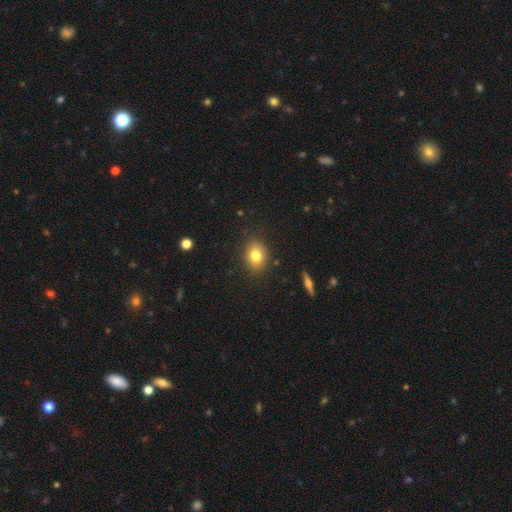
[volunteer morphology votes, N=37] Volunteers were most divided on "how rounded": round: 52%, in between: 48%, cigar-shaped: 0%. More confident: smooth or featured — smooth (89%); merging — none (81%).